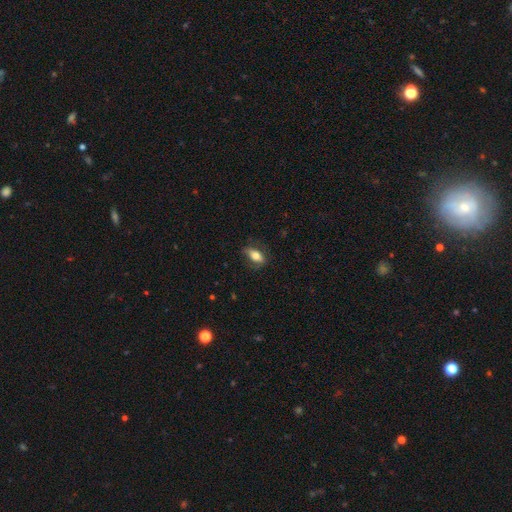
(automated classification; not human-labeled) A smooth galaxy with no disk features (69%) that is in between round and cigar-shaped (84%).

Vote fractions:
- Smooth or featured? smooth: 69% / featured or disk: 24% / star or artifact: 7%
- How rounded? in between: 84% / cigar-shaped: 11% / round: 5%
- Merging? none: 75% / minor disturbance: 18% / major disturbance: 6% / merger: 1%